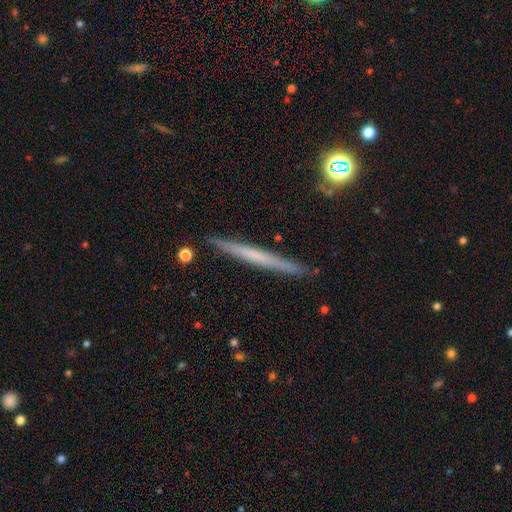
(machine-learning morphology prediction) The model was most divided on "smooth or featured": featured or disk: 49%, smooth: 44%, star or artifact: 7%. More confident: merging — none (91%).